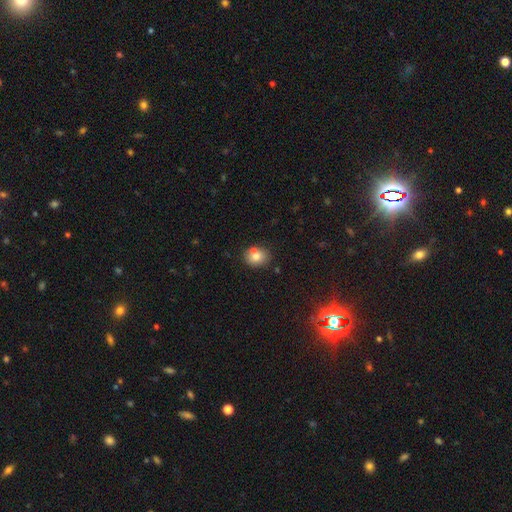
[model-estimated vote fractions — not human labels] The model was most divided on "how rounded": round: 59%, in between: 40%, cigar-shaped: 1%. More confident: smooth or featured — smooth (76%); merging — none (66%).